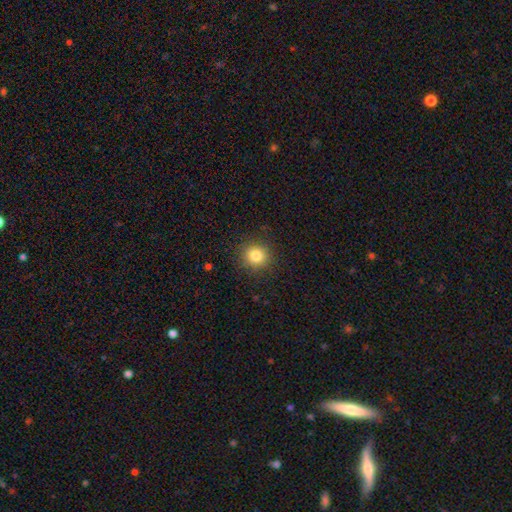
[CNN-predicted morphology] smooth_or_featured: smooth (p=0.83) [alt: star or artifact p=0.12]
how_rounded: round (p=0.91) [alt: in between p=0.08]
merging: none (p=0.90) [alt: minor disturbance p=0.07]